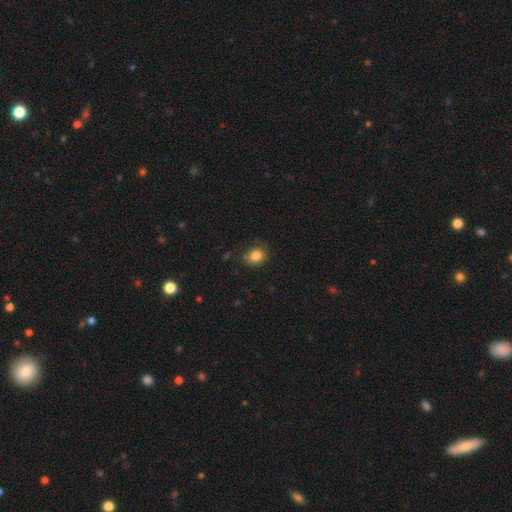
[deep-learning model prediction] Smooth or featured? Predicted: smooth (p=0.84). How rounded? Predicted: round (p=0.68). Merging? Predicted: none (p=0.81).